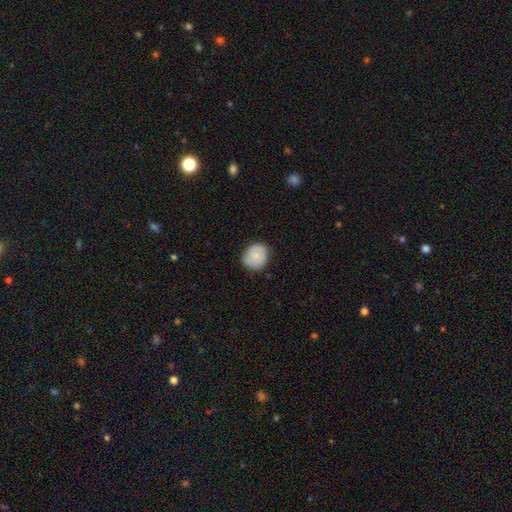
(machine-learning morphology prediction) Overall: smooth (78%). How rounded: round (79%). Merging: none (77%).